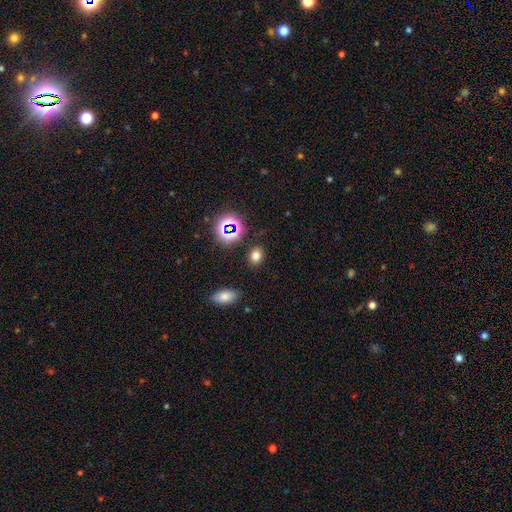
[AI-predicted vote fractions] A smooth galaxy with no disk features (73%) that is in between round and cigar-shaped (60%). Merging: none (86%).